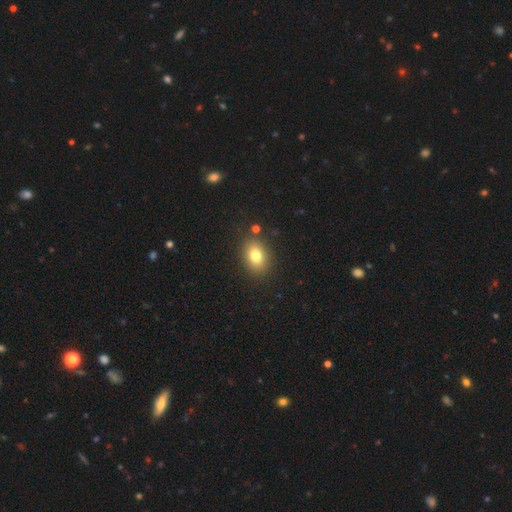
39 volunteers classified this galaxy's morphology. smooth-or-featured: smooth: 85% | featured or disk: 13% | star or artifact: 3%
  how-rounded: in between: 70% | round: 30% | cigar-shaped: 0%
  merging: none: 84% | major disturbance: 8% | merger: 5% | minor disturbance: 3%